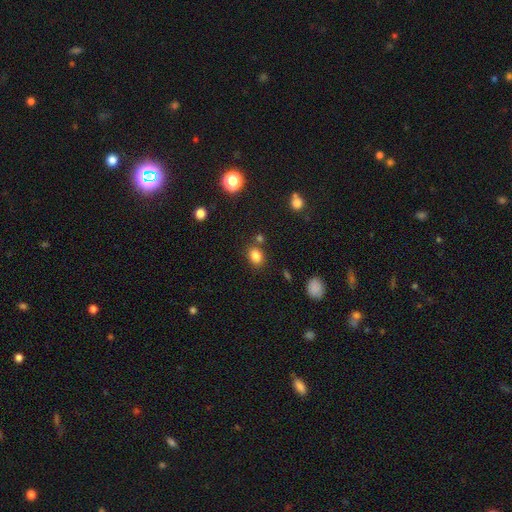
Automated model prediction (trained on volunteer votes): Smooth or featured?
  - smooth: 82% *
  - star or artifact: 12%
  - featured or disk: 6%
How rounded?
  - in between: 59% *
  - round: 40%
  - cigar-shaped: 1%
Merging?
  - none: 75% *
  - minor disturbance: 12%
  - merger: 10%
  - major disturbance: 4%